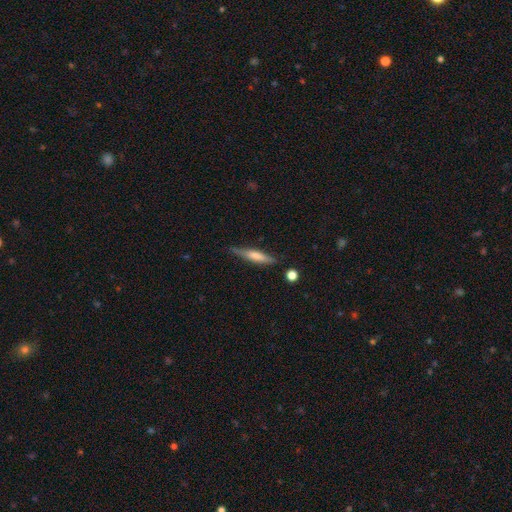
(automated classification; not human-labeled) Morphology: type=featured or disk (53%); edge-on=yes (94%); merging=none (80%).